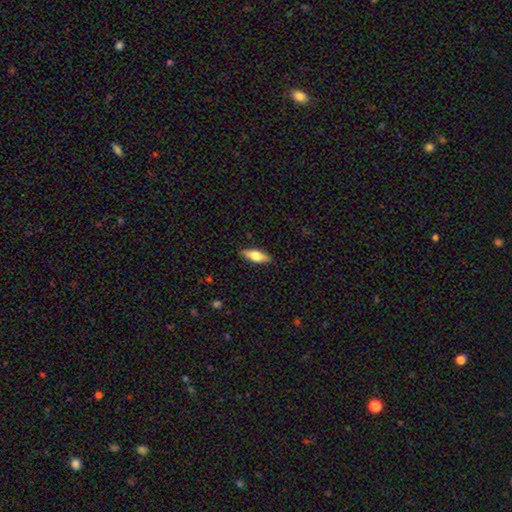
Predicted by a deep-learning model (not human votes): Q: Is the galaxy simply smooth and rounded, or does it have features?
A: smooth — 65%.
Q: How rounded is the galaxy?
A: in between — 64%.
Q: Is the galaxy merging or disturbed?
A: none — 88%.